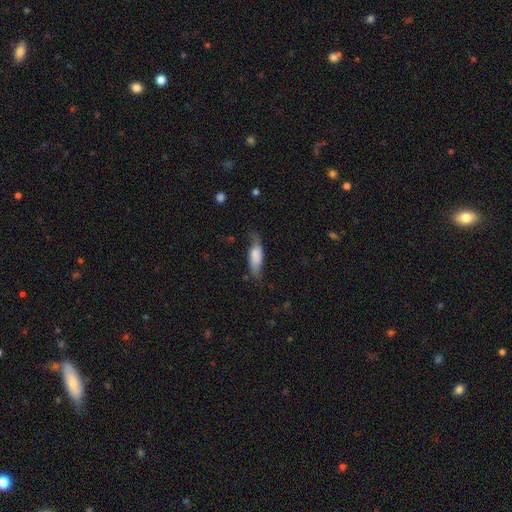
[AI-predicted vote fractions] A smooth galaxy with no disk features (67%) that is in between round and cigar-shaped (62%).

Vote fractions:
- Smooth or featured? smooth: 67% / featured or disk: 27% / star or artifact: 7%
- How rounded? in between: 62% / cigar-shaped: 36% / round: 2%
- Merging? none: 56% / minor disturbance: 30% / major disturbance: 11% / merger: 2%